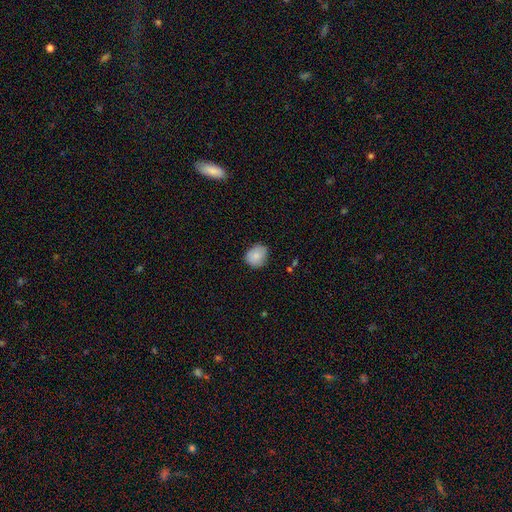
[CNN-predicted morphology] The model was most divided on "how rounded": round: 62%, in between: 38%, cigar-shaped: 1%. More confident: smooth or featured — smooth (84%); merging — none (75%).